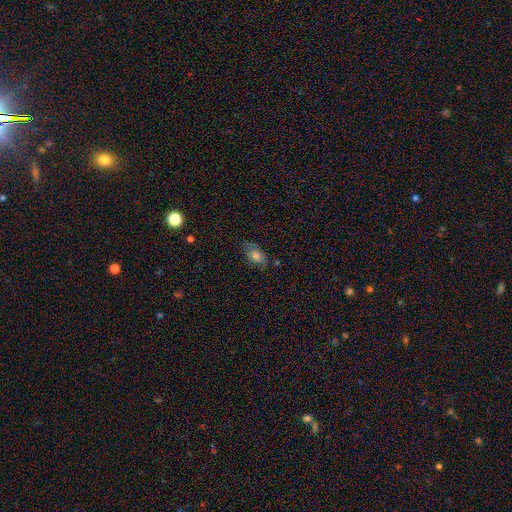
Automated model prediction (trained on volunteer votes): smooth_or_featured: smooth (p=0.64) [alt: featured or disk p=0.24]
how_rounded: in between (p=0.83) [alt: round p=0.14]
merging: none (p=0.67) [alt: minor disturbance p=0.24]